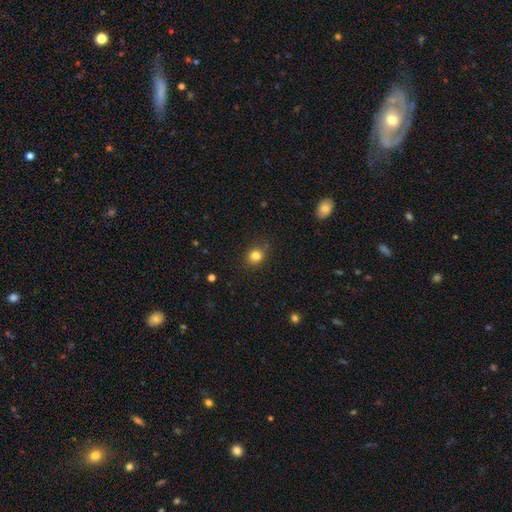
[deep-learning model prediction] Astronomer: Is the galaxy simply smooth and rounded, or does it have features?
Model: smooth — 82%.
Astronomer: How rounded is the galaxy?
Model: round — 69%.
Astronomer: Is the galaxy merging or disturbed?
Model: none — 83%.